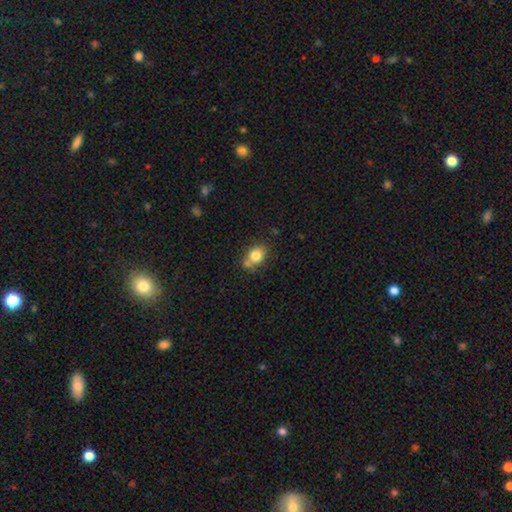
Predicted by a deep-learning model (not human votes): smooth_or_featured: smooth (p=0.79) [alt: featured or disk p=0.11]
how_rounded: in between (p=0.55) [alt: round p=0.43]
merging: none (p=0.57) [alt: merger p=0.21]